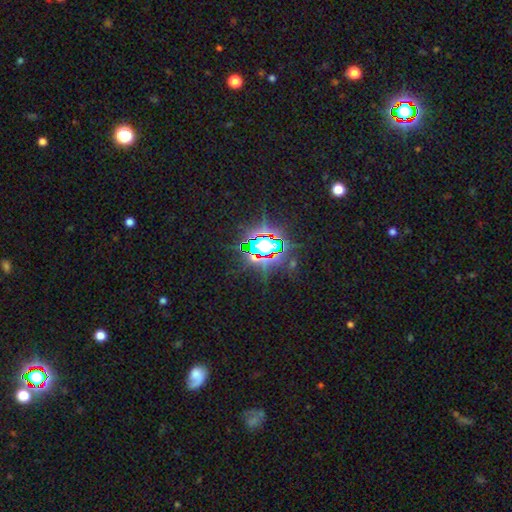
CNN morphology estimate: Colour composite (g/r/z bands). It shows a star or artifact, not a galaxy (79%).